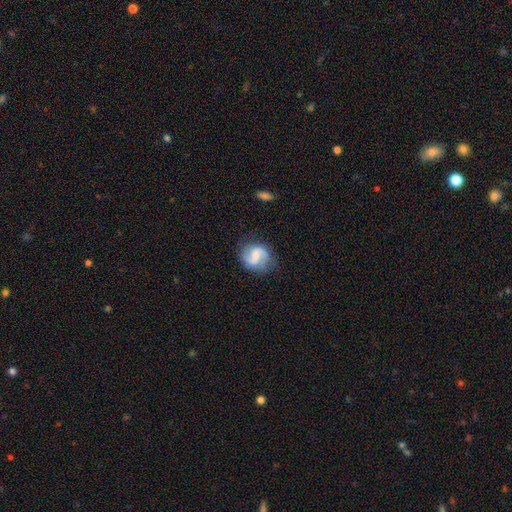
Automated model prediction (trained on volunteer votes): Morphology: type=featured or disk (79%); edge-on=no (98%); bar=weak (53%); spiral arms=yes (96%); winding=medium (45%); arm count=2 (90%); bulge=small (44%); merging=none (78%).